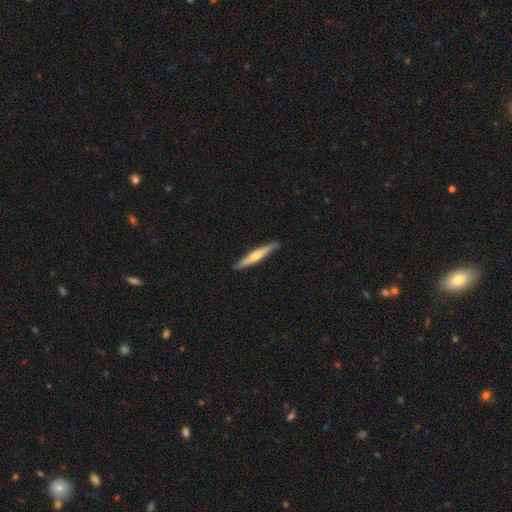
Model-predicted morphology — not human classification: Q: Smooth or featured?
A: featured or disk (52%); runner-up: smooth (43%)
Q: Edge-on disk?
A: yes (94%); runner-up: no (6%)
Q: Merging?
A: none (87%); runner-up: minor disturbance (10%)